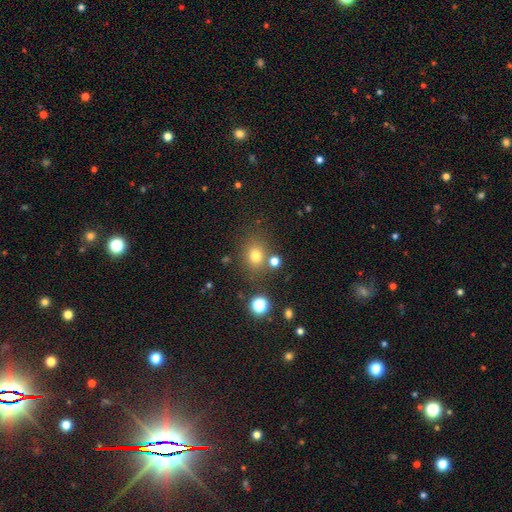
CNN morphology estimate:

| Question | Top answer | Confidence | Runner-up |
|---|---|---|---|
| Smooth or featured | smooth | 74% | star or artifact (17%) |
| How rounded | round | 67% | in between (32%) |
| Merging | none | 75% | minor disturbance (11%) |